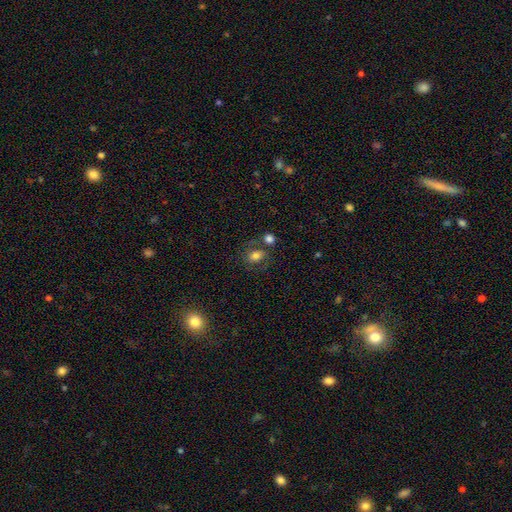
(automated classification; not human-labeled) Smooth or featured? Predicted: smooth (p=0.67). How rounded? Predicted: in between (p=0.61). Merging? Predicted: none (p=0.51).